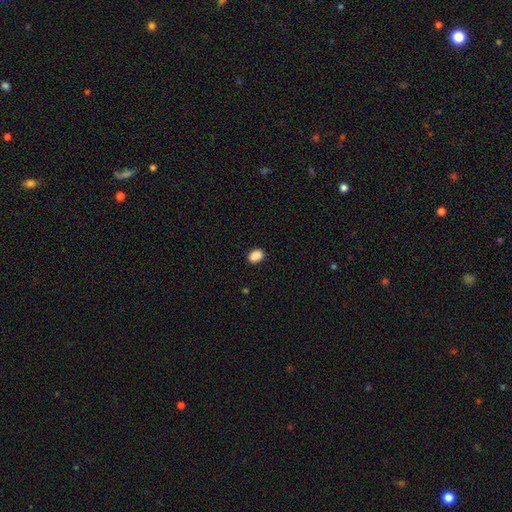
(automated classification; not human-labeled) smooth_or_featured: smooth (p=0.89) [alt: star or artifact p=0.08]
how_rounded: in between (p=0.74) [alt: round p=0.25]
merging: none (p=0.89) [alt: minor disturbance p=0.08]